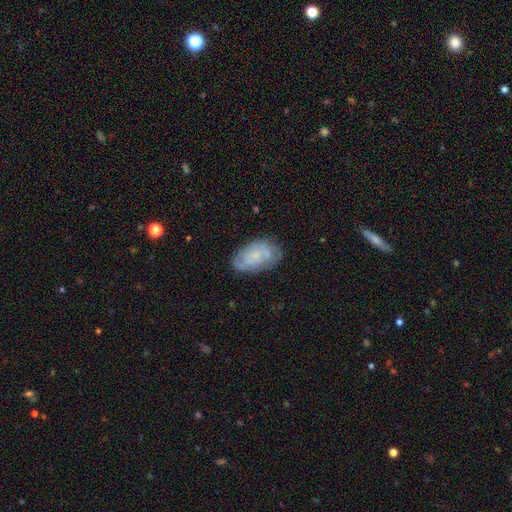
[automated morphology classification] Smooth or featured? featured or disk (49%)
Merging? none (66%)